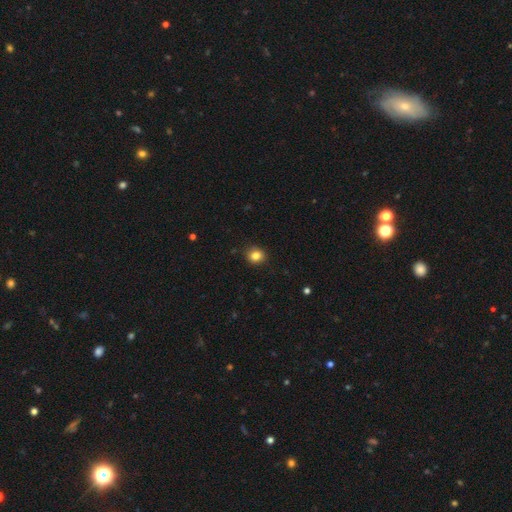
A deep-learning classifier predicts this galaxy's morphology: The model was most divided on "how rounded": round: 78%, in between: 21%, cigar-shaped: 1%. More confident: merging — none (88%); smooth or featured — smooth (83%).